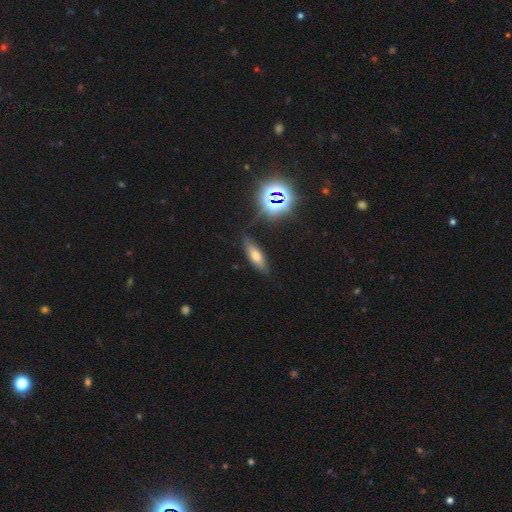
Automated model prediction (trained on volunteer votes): Smooth or featured? Predicted: smooth (p=0.63). How rounded? Predicted: in between (p=0.65). Merging? Predicted: none (p=0.80).